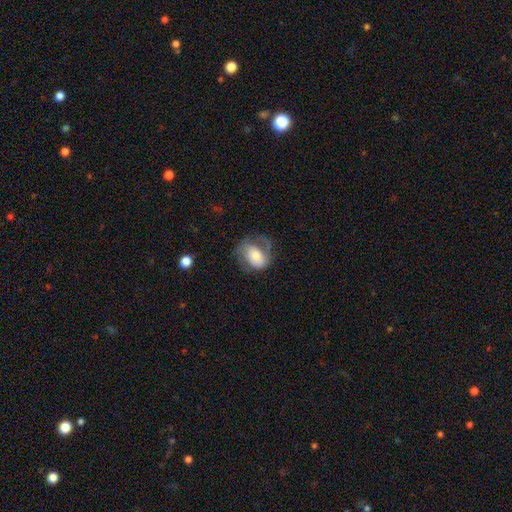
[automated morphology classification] This is possibly a featured or disk galaxy (52%). It is clearly not viewed edge-on (96%). Merging: possibly none (45%).